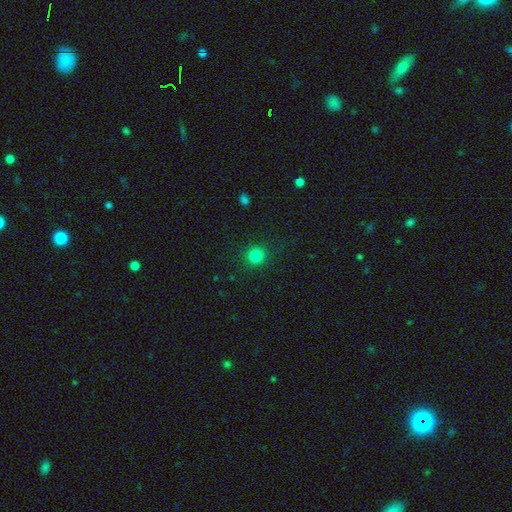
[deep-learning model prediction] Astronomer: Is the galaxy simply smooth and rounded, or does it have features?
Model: smooth — 83%.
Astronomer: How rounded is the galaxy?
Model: round — 92%.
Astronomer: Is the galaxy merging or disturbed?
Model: none — 90%.